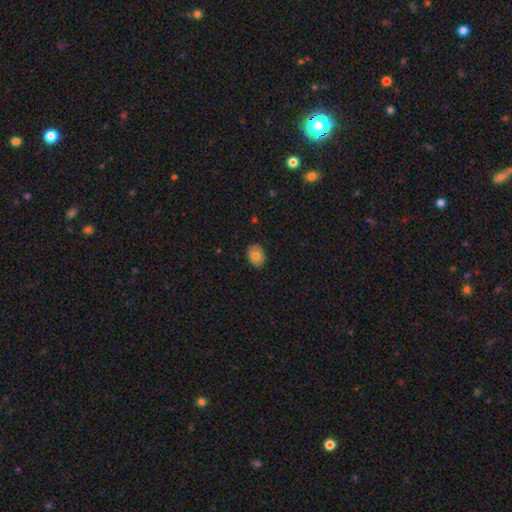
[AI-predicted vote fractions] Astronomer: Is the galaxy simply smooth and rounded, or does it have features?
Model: smooth — 77%.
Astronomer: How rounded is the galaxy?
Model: in between — 70%.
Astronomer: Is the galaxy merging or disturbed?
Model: none — 84%.